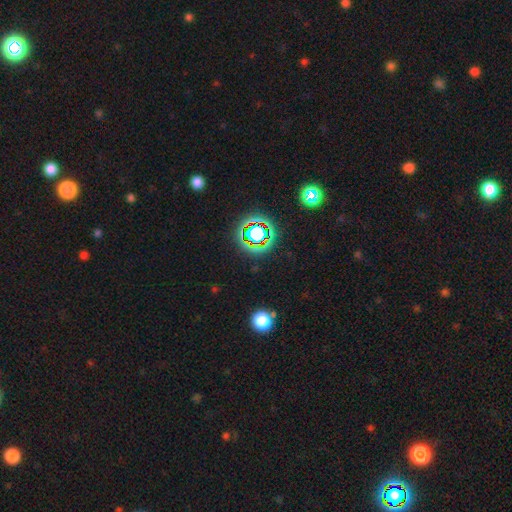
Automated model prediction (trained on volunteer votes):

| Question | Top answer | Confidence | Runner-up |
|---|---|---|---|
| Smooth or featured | star or artifact | 74% | smooth (15%) |